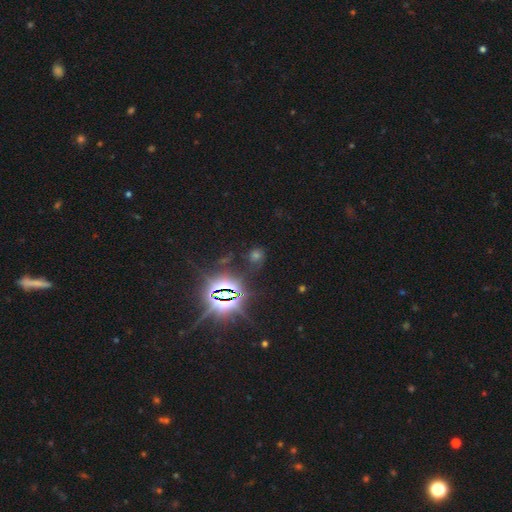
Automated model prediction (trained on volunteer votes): This appears to be a star or artifact, not a galaxy (65%).